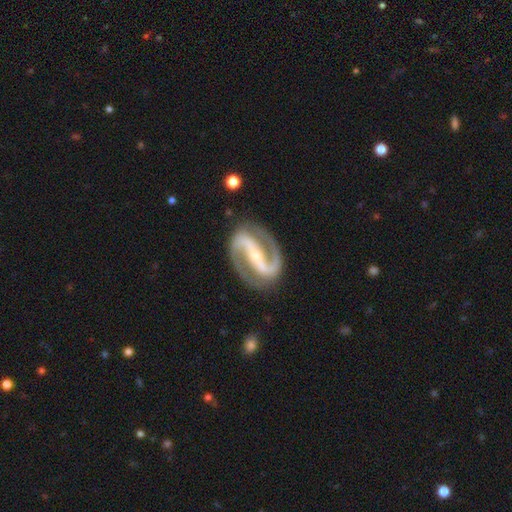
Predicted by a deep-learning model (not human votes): Smooth or featured? featured or disk (93%)
Edge-on disk? no (97%)
Bar? strong (76%)
Spiral arms? yes (98%)
Spiral winding? medium (55%)
Spiral arm count? 2 (94%)
Bulge size? small (68%)
Merging? none (86%)